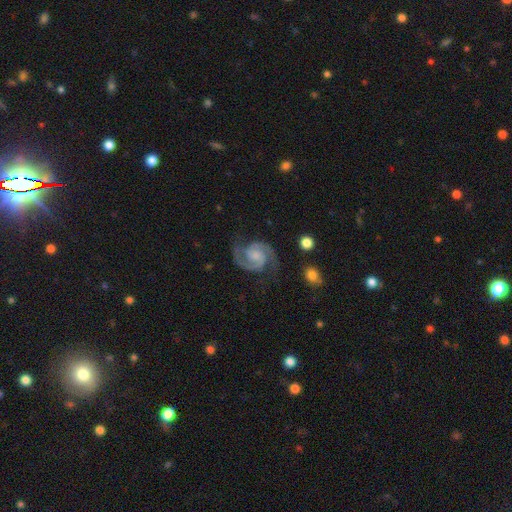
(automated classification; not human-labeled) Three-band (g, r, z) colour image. It shows a featured or disk galaxy (92%) with no bar (61%), 2 (94%) medium (55%) spiral arms (99%) and a small central bulge (40%). Merging: none (78%).